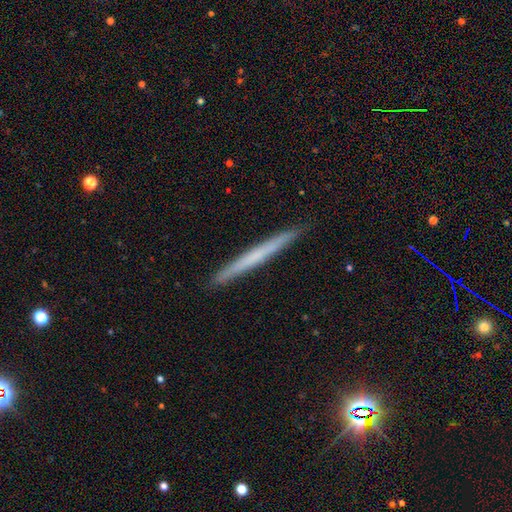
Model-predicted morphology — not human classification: smooth_or_featured: smooth (p=0.52) [alt: featured or disk p=0.42]
how_rounded: cigar-shaped (p=0.97) [alt: in between p=0.01]
merging: none (p=0.92) [alt: minor disturbance p=0.06]